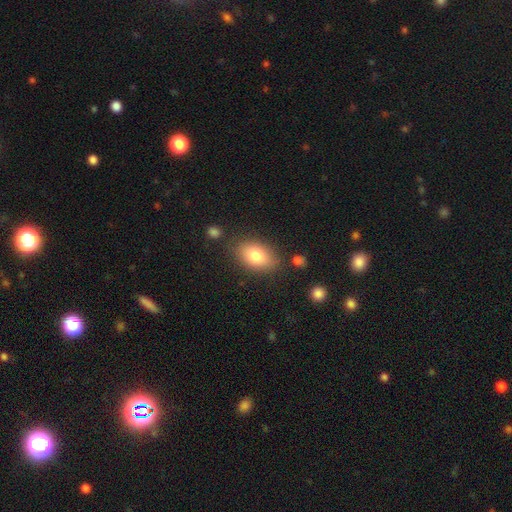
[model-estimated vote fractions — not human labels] The model was most divided on "merging": none: 79%, minor disturbance: 13%, major disturbance: 4%, merger: 4%. More confident: how rounded — in between (86%); smooth or featured — smooth (80%).